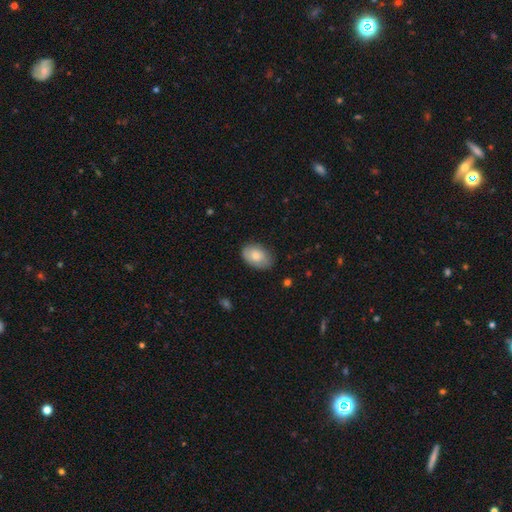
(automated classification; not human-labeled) Smooth or featured: smooth — 75% (featured or disk — 19%)
How rounded: in between — 87% (round — 12%)
Merging: none — 77% (minor disturbance — 19%)